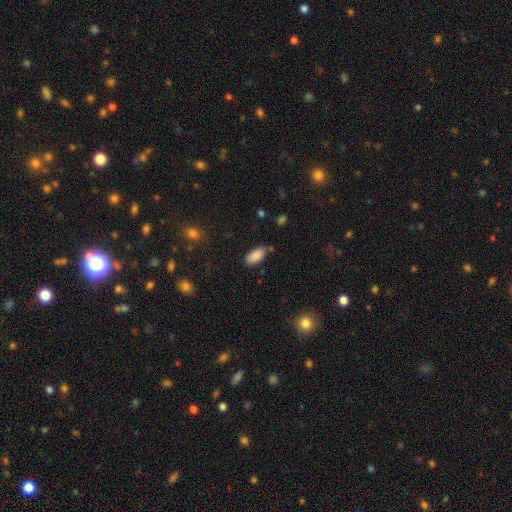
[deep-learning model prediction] Smooth or featured?
  - smooth: 88% *
  - star or artifact: 7%
  - featured or disk: 5%
How rounded?
  - in between: 92% *
  - cigar-shaped: 6%
  - round: 2%
Merging?
  - none: 81% *
  - minor disturbance: 13%
  - major disturbance: 3%
  - merger: 3%